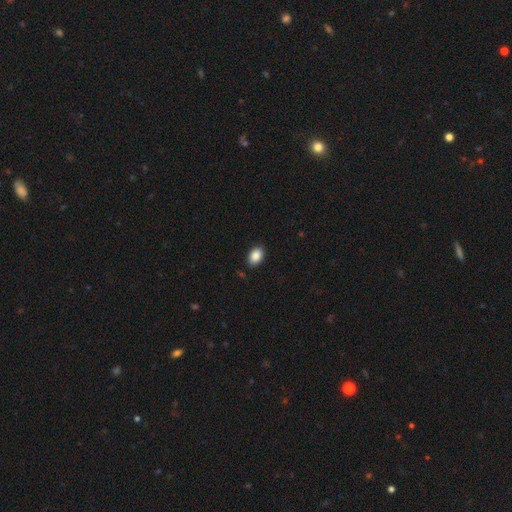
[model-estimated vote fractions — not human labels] Smooth or featured? Predicted: smooth (p=0.87). How rounded? Predicted: in between (p=0.85). Merging? Predicted: none (p=0.87).